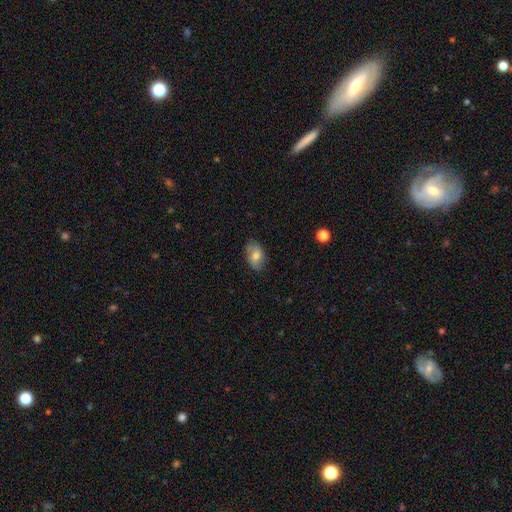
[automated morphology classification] A smooth galaxy with no disk features (70%) that is in between round and cigar-shaped (89%). Merging: none (77%).